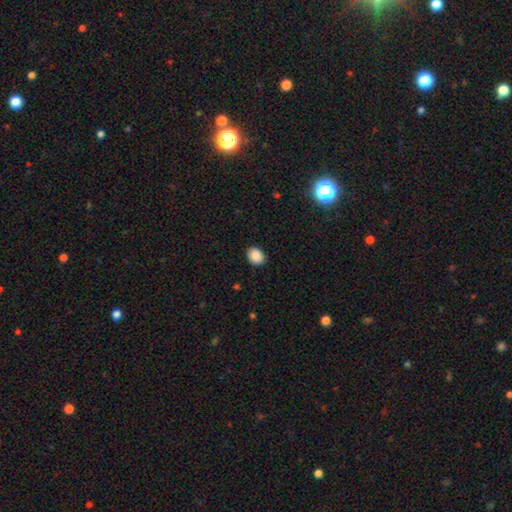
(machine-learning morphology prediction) This is clearly a smooth galaxy (89%). How rounded: possibly in between (56%). Merging: clearly none (90%).